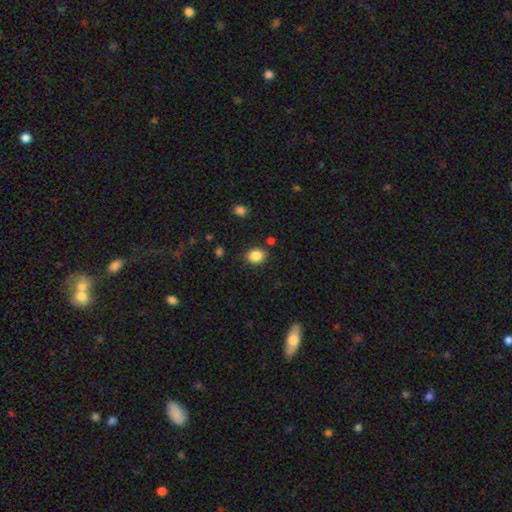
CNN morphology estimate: Smooth or featured?
  - smooth: 86% *
  - star or artifact: 10%
  - featured or disk: 4%
How rounded?
  - round: 60% *
  - in between: 39%
  - cigar-shaped: 1%
Merging?
  - none: 84% *
  - minor disturbance: 10%
  - merger: 4%
  - major disturbance: 3%